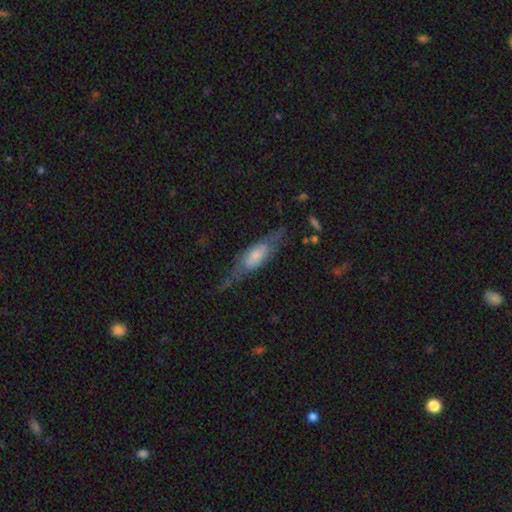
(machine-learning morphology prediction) smooth_or_featured: featured or disk (p=0.47) [alt: smooth p=0.46]
merging: none (p=0.53) [alt: minor disturbance p=0.27]